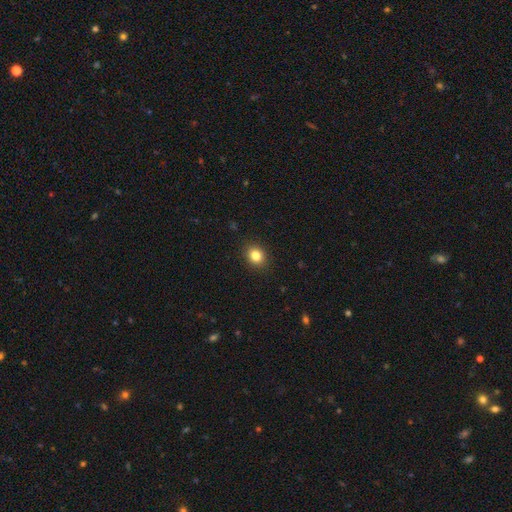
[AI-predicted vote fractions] A smooth galaxy with no disk features (83%) that is round (63%).

Vote fractions:
- Smooth or featured? smooth: 83% / star or artifact: 11% / featured or disk: 6%
- How rounded? round: 63% / in between: 36% / cigar-shaped: 1%
- Merging? none: 90% / minor disturbance: 7% / major disturbance: 2% / merger: 1%